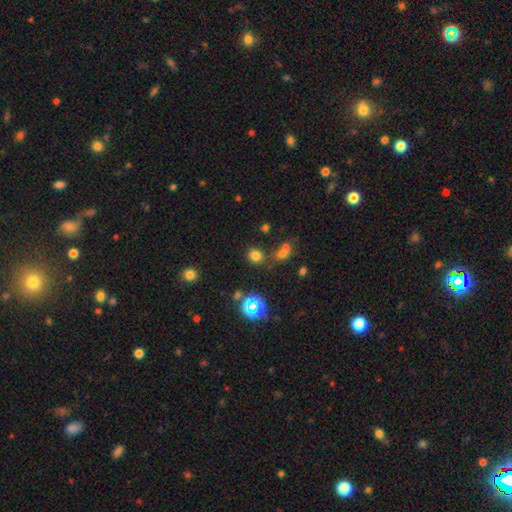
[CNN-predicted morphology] A smooth galaxy with no disk features (73%) that is round (75%).

Vote fractions:
- Smooth or featured? smooth: 73% / star or artifact: 21% / featured or disk: 6%
- How rounded? round: 75% / in between: 24% / cigar-shaped: 1%
- Merging? none: 77% / minor disturbance: 10% / merger: 9% / major disturbance: 4%